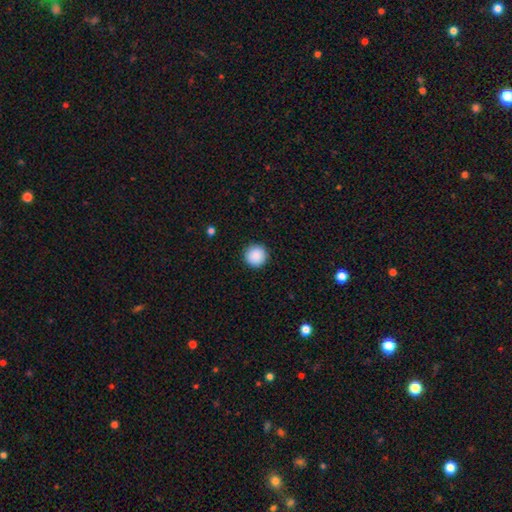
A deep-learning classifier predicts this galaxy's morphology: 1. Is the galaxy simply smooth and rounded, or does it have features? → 89% smooth, 8% star or artifact, 3% featured or disk.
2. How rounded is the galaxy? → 96% round, 3% in between, 1% cigar-shaped.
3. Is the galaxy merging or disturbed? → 93% none, 5% minor disturbance, 2% major disturbance, 1% merger.